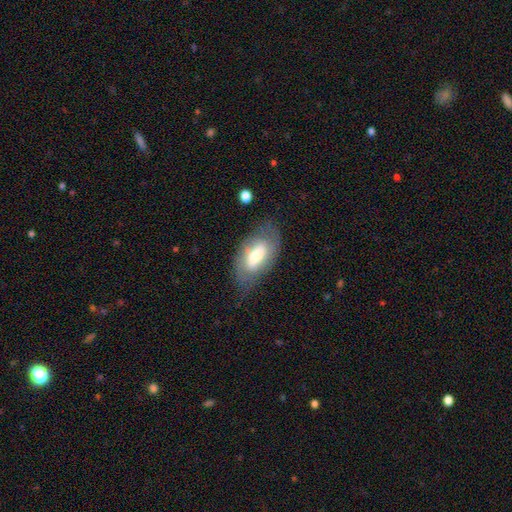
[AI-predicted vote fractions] Smooth or featured? Predicted: featured or disk (p=0.47). Merging? Predicted: none (p=0.67).